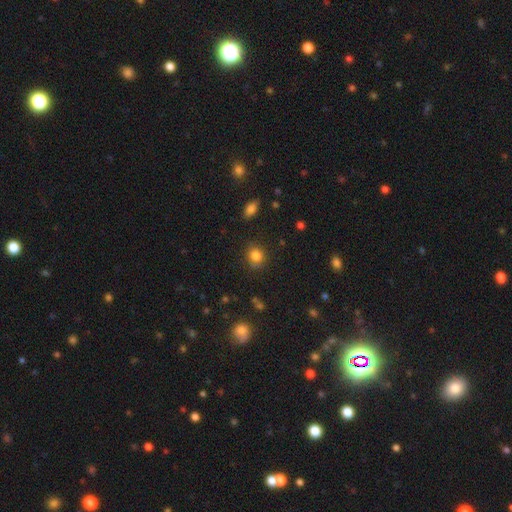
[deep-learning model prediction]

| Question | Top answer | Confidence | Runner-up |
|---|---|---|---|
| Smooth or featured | smooth | 83% | star or artifact (11%) |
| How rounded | round | 77% | in between (22%) |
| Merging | none | 82% | minor disturbance (13%) |